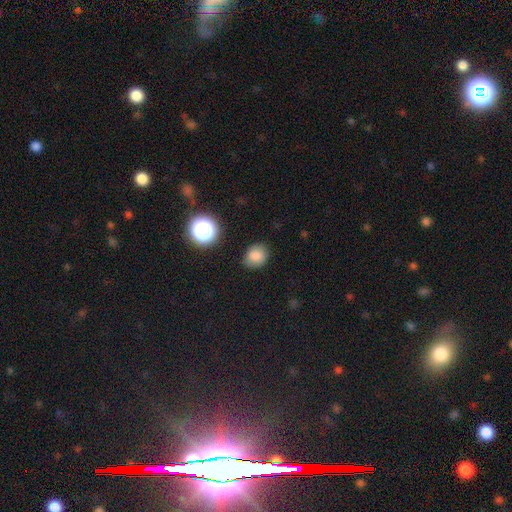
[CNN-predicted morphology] Q: Smooth or featured?
A: smooth (82%); runner-up: star or artifact (12%)
Q: How rounded?
A: round (65%); runner-up: in between (34%)
Q: Merging?
A: none (77%); runner-up: minor disturbance (18%)